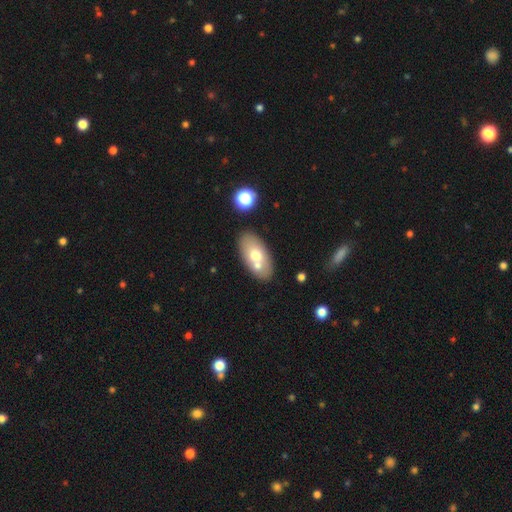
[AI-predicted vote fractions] This is likely a smooth galaxy (63%). How rounded: clearly in between (91%). Merging: likely none (64%).